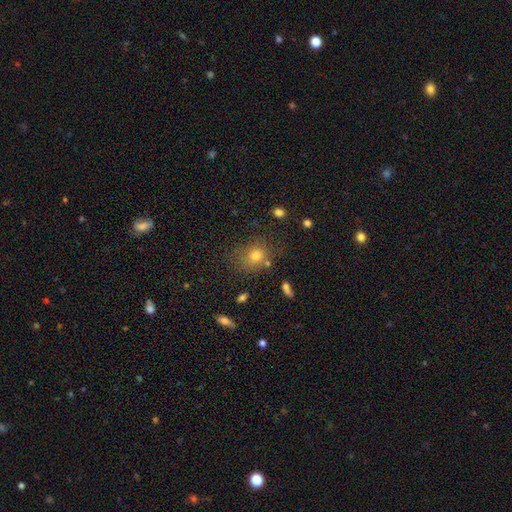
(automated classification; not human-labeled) This is likely a smooth galaxy (72%). How rounded: likely round (62%). Merging: likely none (69%).